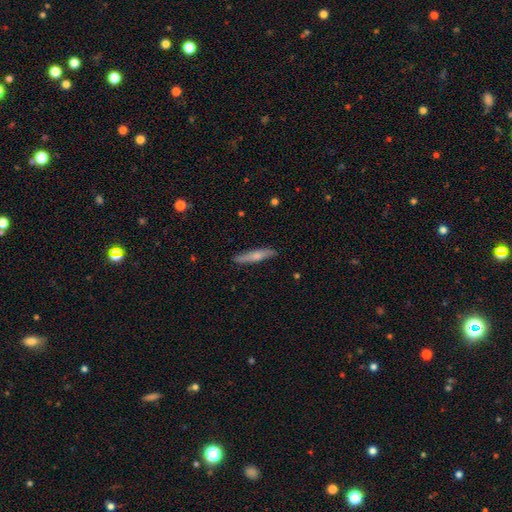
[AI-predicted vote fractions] Q: Smooth or featured?
A: smooth (56%); runner-up: featured or disk (38%)
Q: How rounded?
A: cigar-shaped (92%); runner-up: in between (7%)
Q: Merging?
A: none (87%); runner-up: minor disturbance (10%)